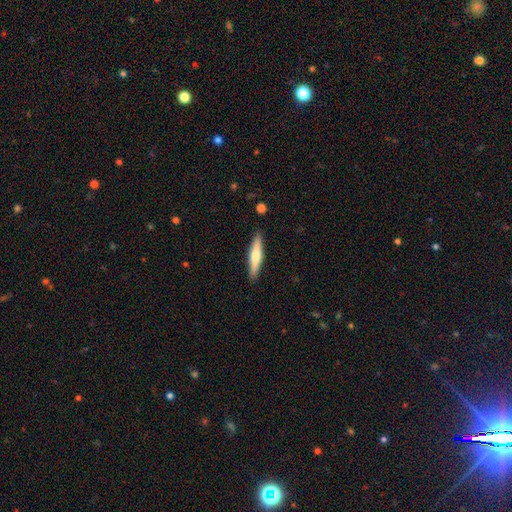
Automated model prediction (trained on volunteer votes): This is possibly a smooth galaxy (55%). How rounded: clearly cigar-shaped (87%). Merging: clearly none (89%).